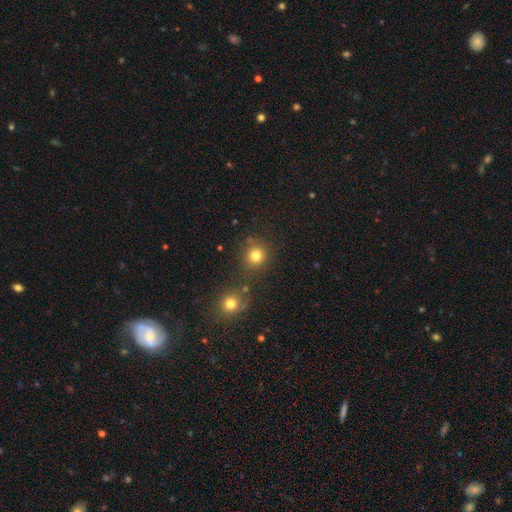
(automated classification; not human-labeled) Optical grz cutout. It shows a smooth galaxy with no disk features (79%) that is round (89%). Merging: none (75%).